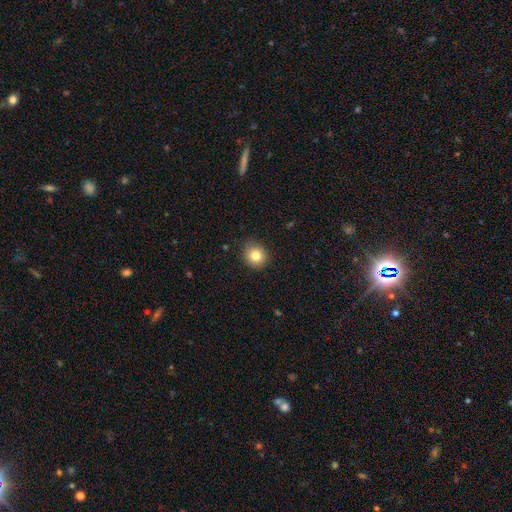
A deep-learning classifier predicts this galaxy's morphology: Q: Smooth or featured?
A: smooth (82%); runner-up: star or artifact (10%)
Q: How rounded?
A: round (86%); runner-up: in between (13%)
Q: Merging?
A: none (85%); runner-up: minor disturbance (12%)